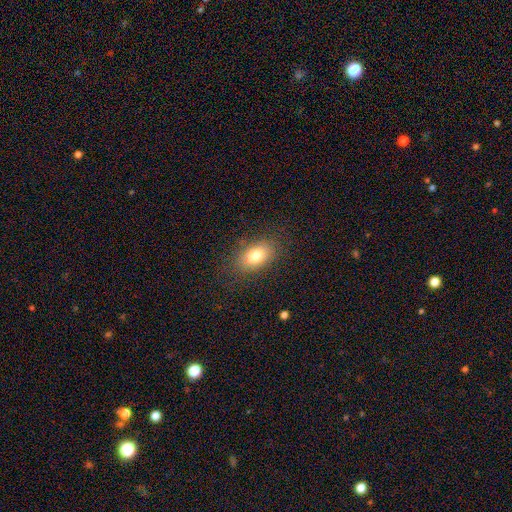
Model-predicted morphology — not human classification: Smooth or featured?
  - smooth: 78% *
  - featured or disk: 13%
  - star or artifact: 10%
How rounded?
  - in between: 86% *
  - round: 12%
  - cigar-shaped: 3%
Merging?
  - none: 82% *
  - minor disturbance: 12%
  - major disturbance: 5%
  - merger: 1%